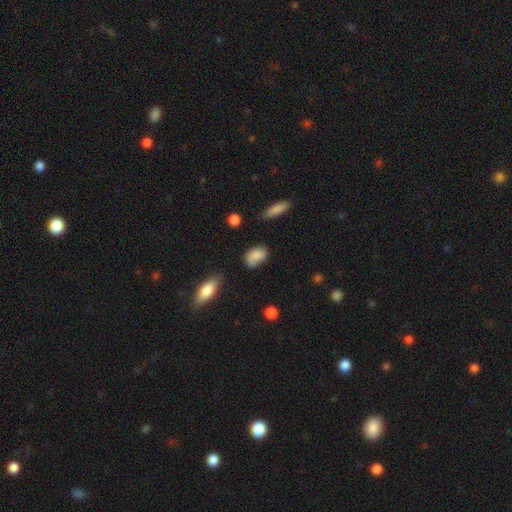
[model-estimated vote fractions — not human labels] A smooth galaxy with no disk features (73%) that is in between round and cigar-shaped (85%). Merging: none (58%).